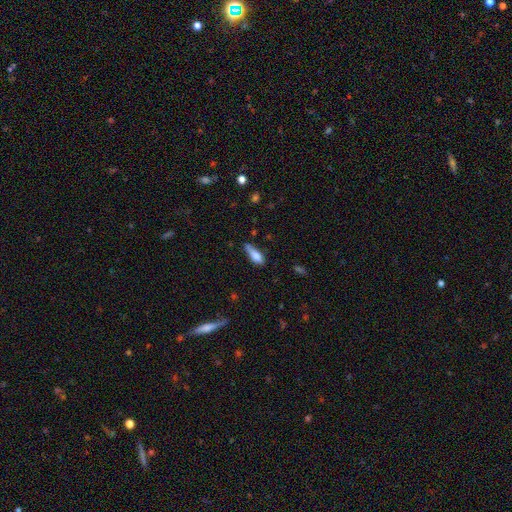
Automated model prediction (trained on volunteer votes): A smooth galaxy with no disk features (73%) that is in between round and cigar-shaped (58%). Merging: none (49%).